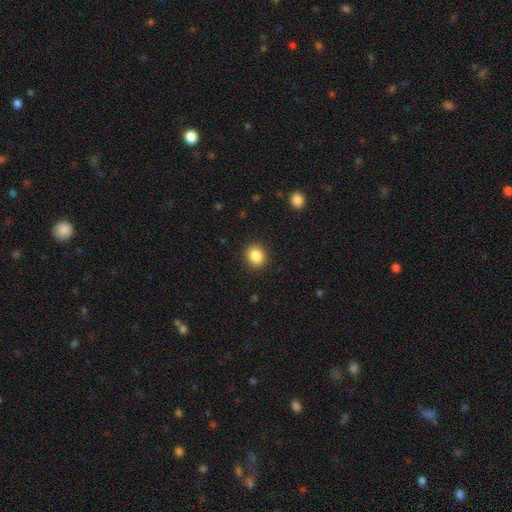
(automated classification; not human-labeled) The model was most divided on "how rounded": round: 68%, in between: 31%, cigar-shaped: 1%. More confident: merging — none (90%); smooth or featured — smooth (86%).